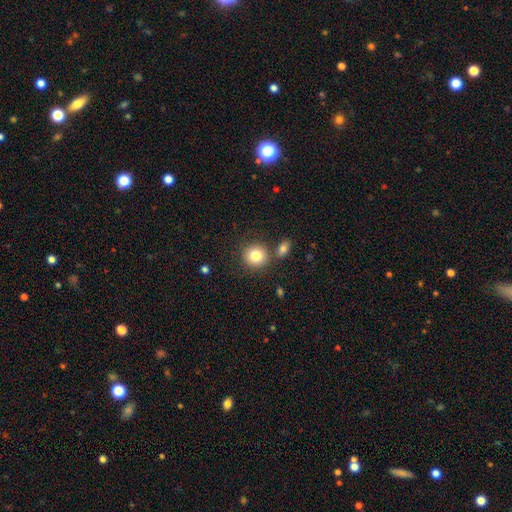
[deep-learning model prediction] This is clearly a smooth galaxy (83%). How rounded: clearly round (88%). Merging: likely none (76%).